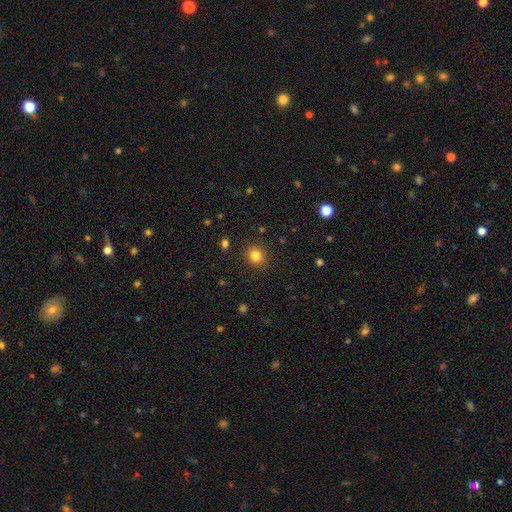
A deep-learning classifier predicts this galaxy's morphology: Smooth or featured? smooth (82%)
How rounded? round (85%)
Merging? none (90%)